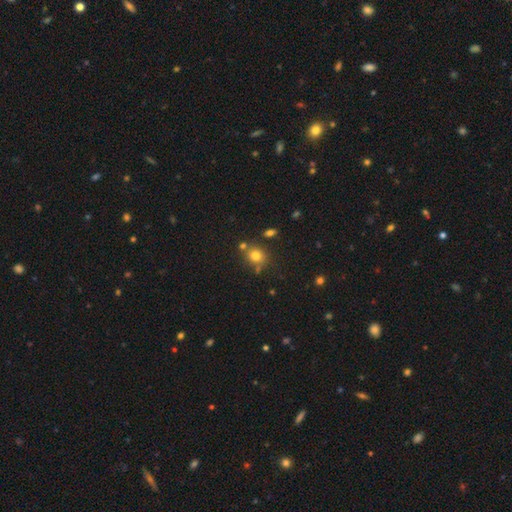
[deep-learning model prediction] Smooth or featured? Predicted: smooth (p=0.76). How rounded? Predicted: round (p=0.71). Merging? Predicted: none (p=0.69).